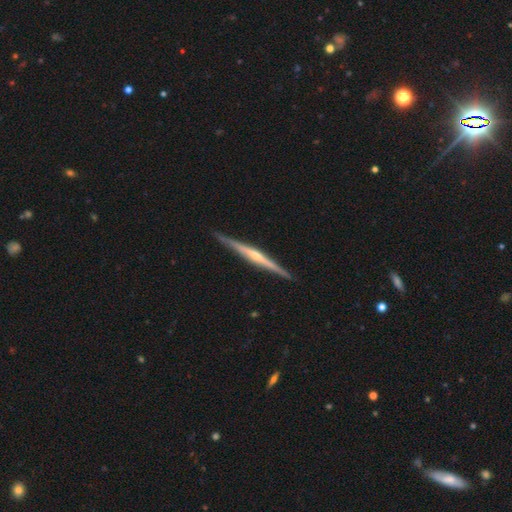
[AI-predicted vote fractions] A featured or disk galaxy (81%) viewed edge-on (98%) with a rounded central bulge (74%). Merging: none (90%).